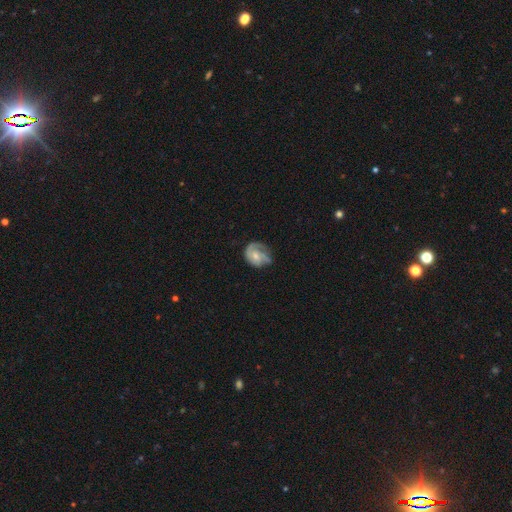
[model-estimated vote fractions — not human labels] Morphology: type=featured or disk (60%); edge-on=no (97%); bar=no (72%); spiral arms=yes (82%); bulge=small (48%); merging=none (44%).